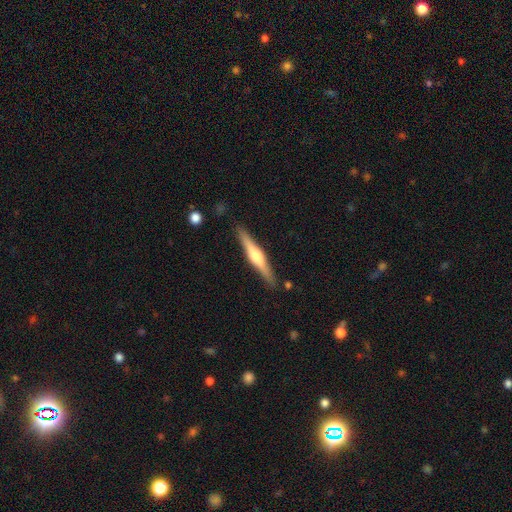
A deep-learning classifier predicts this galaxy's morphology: smooth-or-featured: featured or disk: 68% | smooth: 27% | star or artifact: 5%
  disk-edge-on: yes: 98% | no: 2%
    edge-on-bulge: rounded: 89% | boxy: 7% | none: 4%
  merging: none: 88% | minor disturbance: 8% | merger: 2% | major disturbance: 2%